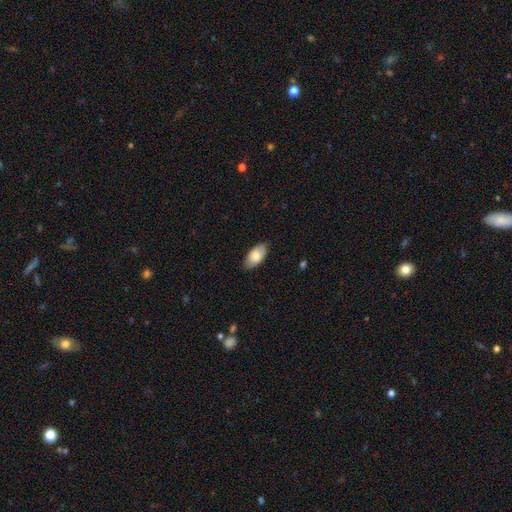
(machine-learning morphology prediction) A smooth galaxy with no disk features (80%) that is in between round and cigar-shaped (95%). Merging: none (85%).